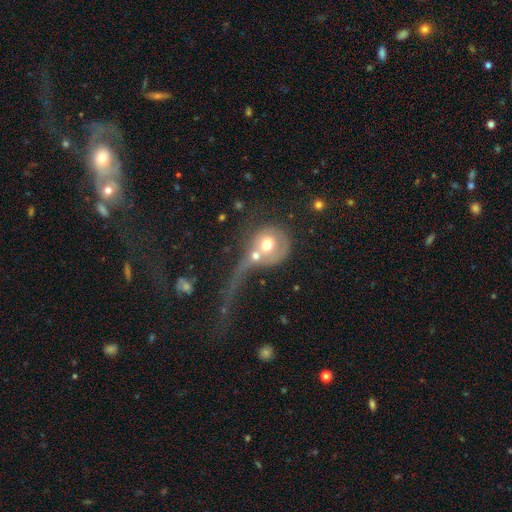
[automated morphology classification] smooth 52%, featured or disk 38%, star or artifact 10%. Down the decision tree: how rounded — round (83%); merging — merger (46%).